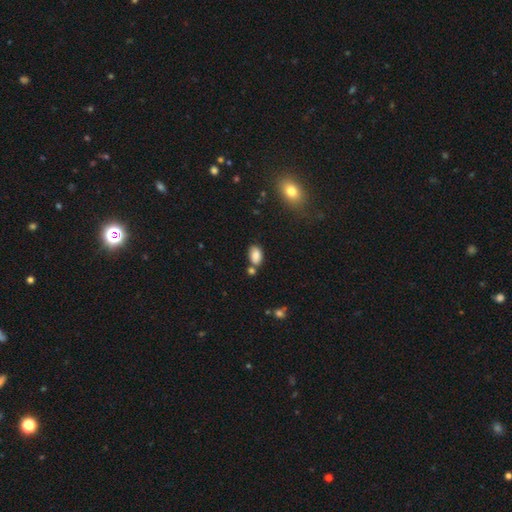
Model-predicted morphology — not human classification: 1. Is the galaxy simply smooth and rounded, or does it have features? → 84% smooth, 9% star or artifact, 7% featured or disk.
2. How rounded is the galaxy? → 88% in between, 10% round, 2% cigar-shaped.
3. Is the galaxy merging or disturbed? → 62% none, 18% merger, 15% minor disturbance, 4% major disturbance.